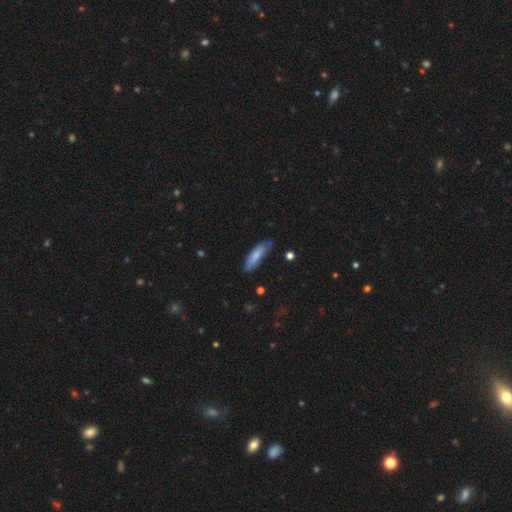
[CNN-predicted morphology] This is likely a smooth galaxy (77%). How rounded: possibly cigar-shaped (53%). Merging: likely none (63%).